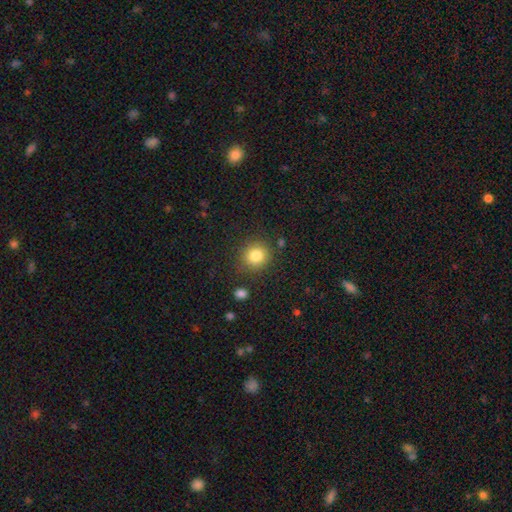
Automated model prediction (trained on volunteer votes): Smooth or featured?
  - smooth: 83% *
  - star or artifact: 11%
  - featured or disk: 6%
How rounded?
  - round: 89% *
  - in between: 10%
  - cigar-shaped: 1%
Merging?
  - none: 85% *
  - minor disturbance: 9%
  - major disturbance: 3%
  - merger: 3%